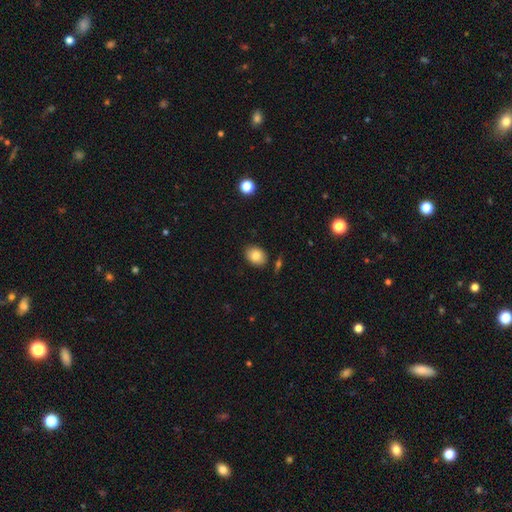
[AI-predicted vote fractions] This appears to be a smooth galaxy with no disk features (83%) that is in between round and cigar-shaped (65%). Merging: none (83%).